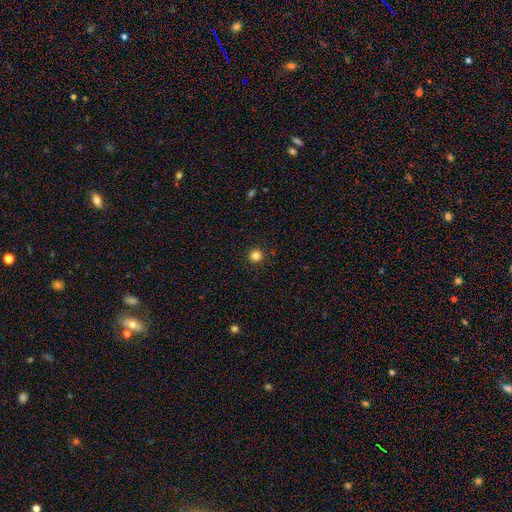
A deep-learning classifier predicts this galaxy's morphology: smooth_or_featured: smooth (p=0.84) [alt: star or artifact p=0.12]
how_rounded: round (p=0.96) [alt: in between p=0.04]
merging: none (p=0.93) [alt: minor disturbance p=0.04]